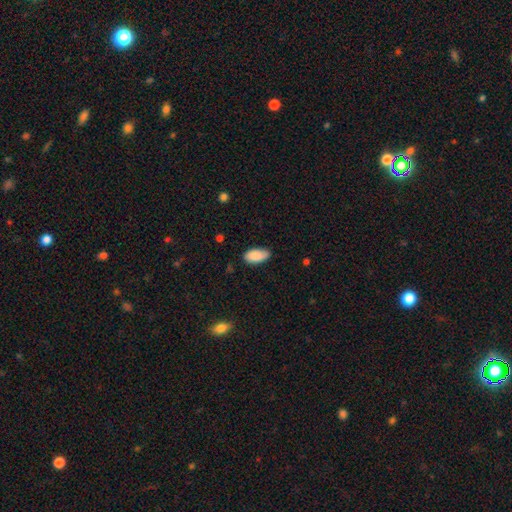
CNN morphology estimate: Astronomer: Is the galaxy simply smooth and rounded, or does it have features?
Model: smooth — 87%.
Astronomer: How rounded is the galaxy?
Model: in between — 94%.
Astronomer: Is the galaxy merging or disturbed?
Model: none — 75%.